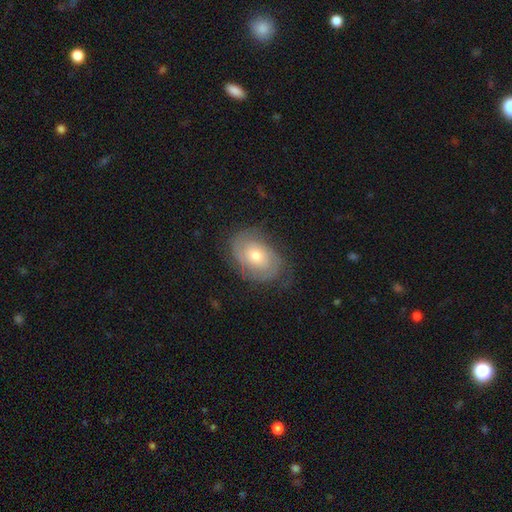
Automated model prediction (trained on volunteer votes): A featured or disk galaxy (63%) with no bar (79%), spiral arms (83%) and a moderate central bulge (61%).

Vote fractions:
- Smooth or featured? featured or disk: 63% / smooth: 30% / star or artifact: 7%
- Edge-on disk? no: 95% / yes: 5%
- Bar? no: 79% / weak: 18% / strong: 3%
- Spiral arms? yes: 83% / no: 17%
- Bulge size? moderate: 61% / small: 32% / large: 4% / none: 1% / dominant: 1%
- Merging? none: 70% / minor disturbance: 21% / major disturbance: 8% / merger: 1%